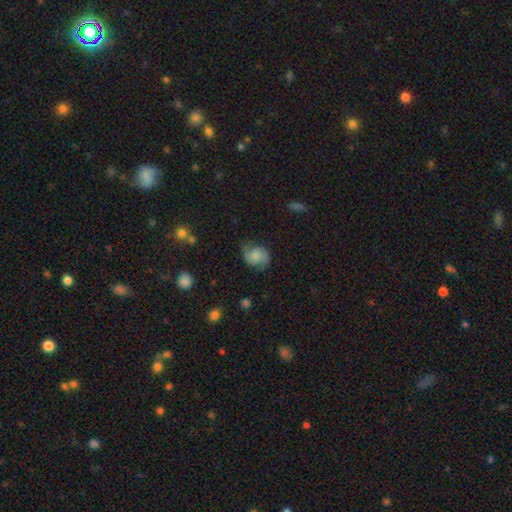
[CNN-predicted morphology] A featured or disk galaxy (53%) with no bar (71%), spiral arms (91%) and a moderate central bulge (31%).

Vote fractions:
- Smooth or featured? featured or disk: 53% / smooth: 38% / star or artifact: 9%
- Edge-on disk? no: 97% / yes: 3%
- Bar? no: 71% / weak: 25% / strong: 4%
- Spiral arms? yes: 91% / no: 9%
- Bulge size? moderate: 31% / small: 29% / none: 23% / large: 13% / dominant: 3%
- Merging? none: 65% / minor disturbance: 24% / major disturbance: 10% / merger: 1%